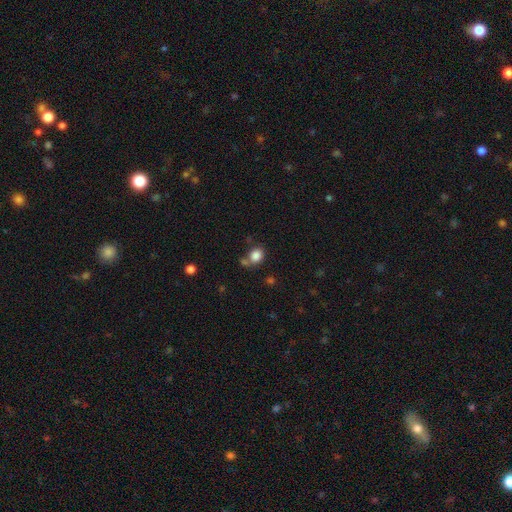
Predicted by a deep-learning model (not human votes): A smooth galaxy with no disk features (84%) that is round (58%).

Vote fractions:
- Smooth or featured? smooth: 84% / star or artifact: 10% / featured or disk: 6%
- How rounded? round: 58% / in between: 41% / cigar-shaped: 1%
- Merging? none: 60% / merger: 19% / minor disturbance: 15% / major disturbance: 6%